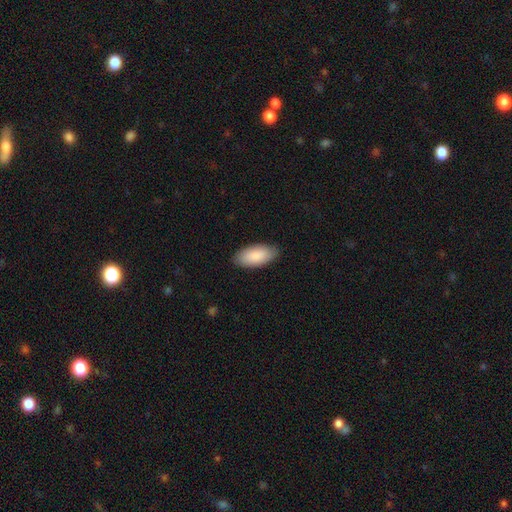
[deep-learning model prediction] Q: Smooth or featured?
A: smooth (88%); runner-up: featured or disk (6%)
Q: How rounded?
A: in between (91%); runner-up: cigar-shaped (7%)
Q: Merging?
A: none (87%); runner-up: minor disturbance (10%)